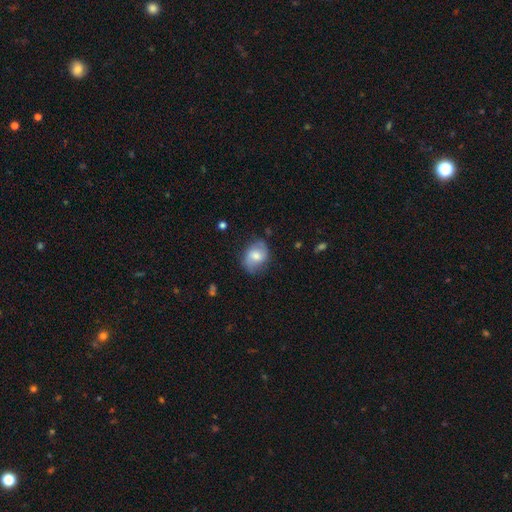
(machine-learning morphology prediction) Overall: smooth (51%; featured or disk 41%). How rounded: in between (59%; round 40%). Merging: none (69%).